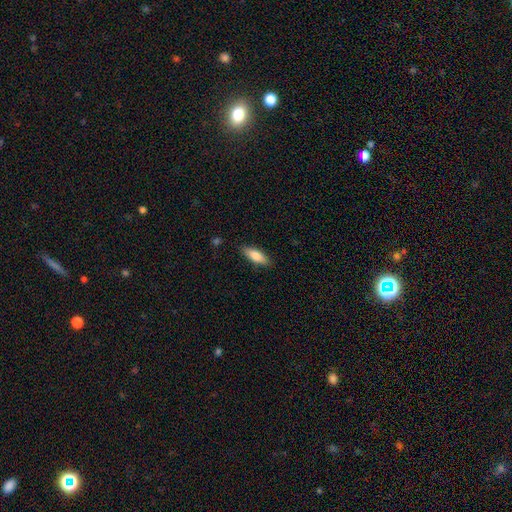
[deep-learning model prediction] Smooth or featured?
  - smooth: 81% *
  - featured or disk: 13%
  - star or artifact: 6%
How rounded?
  - in between: 65% *
  - cigar-shaped: 33%
  - round: 2%
Merging?
  - none: 86% *
  - minor disturbance: 10%
  - major disturbance: 2%
  - merger: 1%